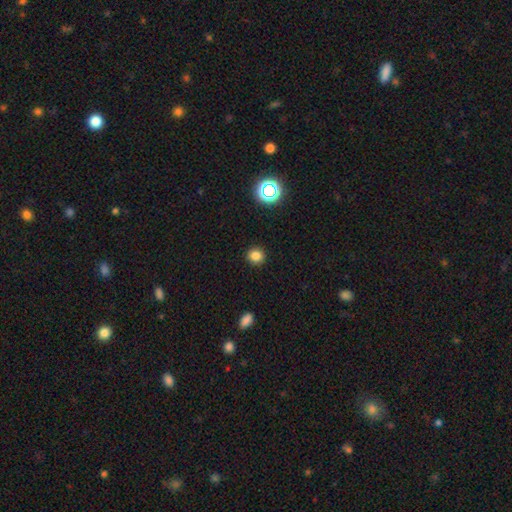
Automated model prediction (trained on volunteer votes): This is clearly a smooth galaxy (81%). How rounded: clearly round (86%). Merging: clearly none (91%).